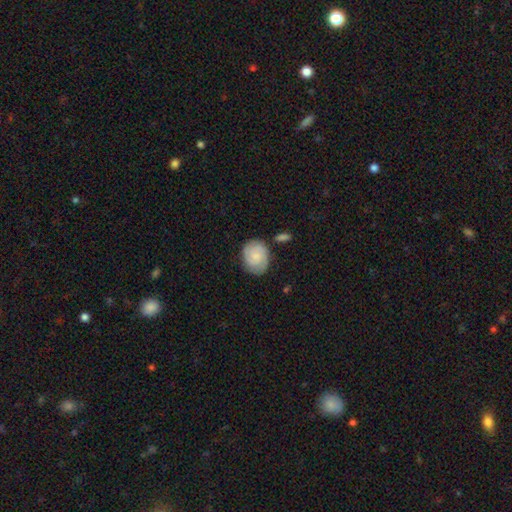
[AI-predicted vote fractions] smooth 49%, featured or disk 44%, star or artifact 8%. Down the decision tree: merging — none (74%).